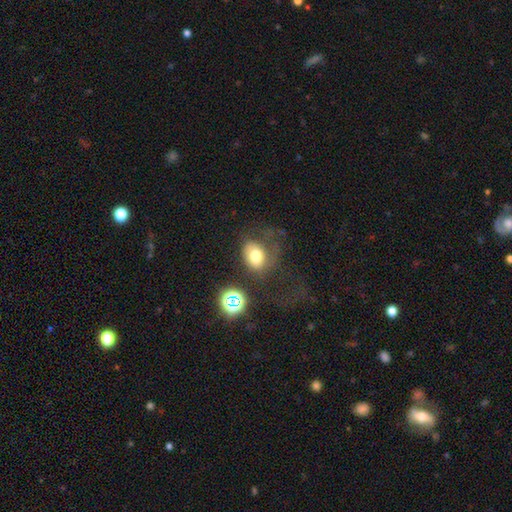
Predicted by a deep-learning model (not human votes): Morphology: type=smooth (68%); roundness=in between (53%); merging=major disturbance (38%).